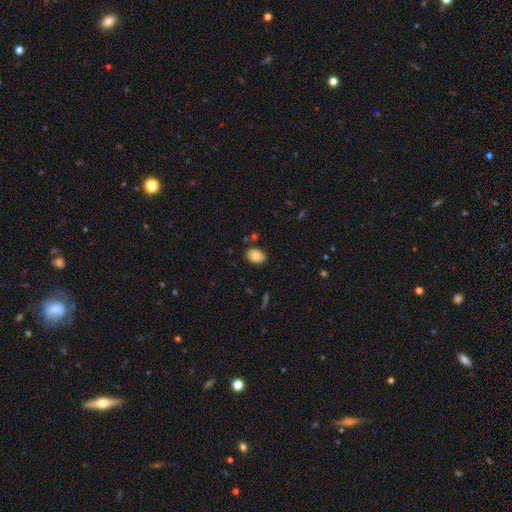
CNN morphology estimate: The model was most divided on "how rounded": in between: 81%, round: 18%, cigar-shaped: 1%. More confident: merging — none (85%); smooth or featured — smooth (83%).